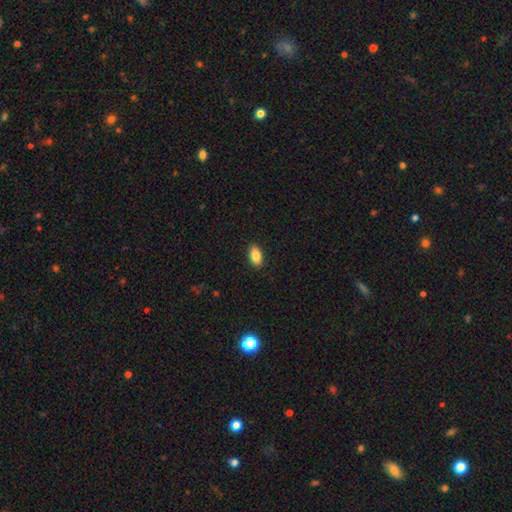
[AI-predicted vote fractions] This appears to be a smooth galaxy with no disk features (87%) that is in between round and cigar-shaped (92%). Merging: none (90%).